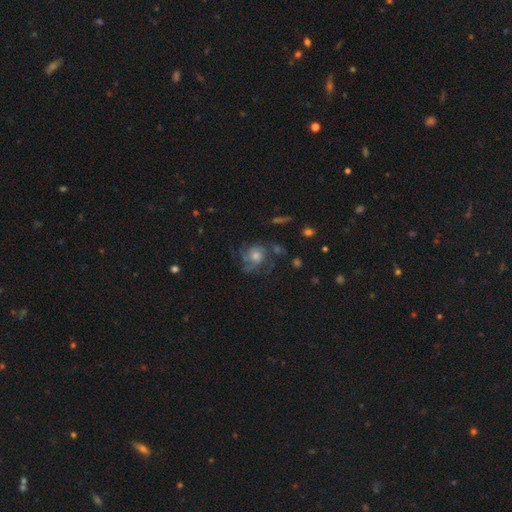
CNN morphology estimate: type=featured or disk (68%); edge-on=no (97%); bar=no (78%); spiral arms=yes (88%); winding=medium (44%); arm count=3 (31%); bulge=moderate (57%); merging=none (61%).